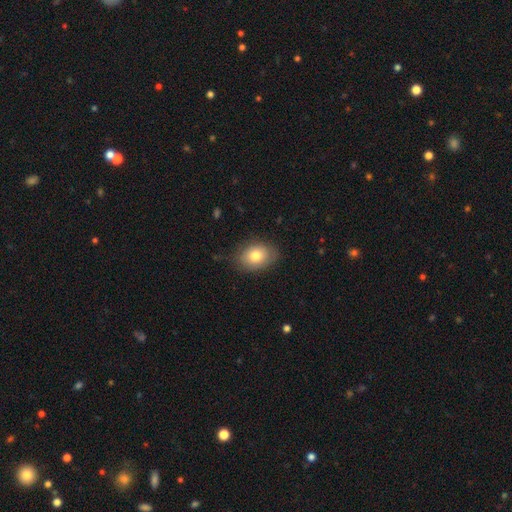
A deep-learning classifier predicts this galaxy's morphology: Q: Smooth or featured?
A: smooth (78%); runner-up: featured or disk (15%)
Q: How rounded?
A: in between (72%); runner-up: round (27%)
Q: Merging?
A: none (77%); runner-up: minor disturbance (18%)